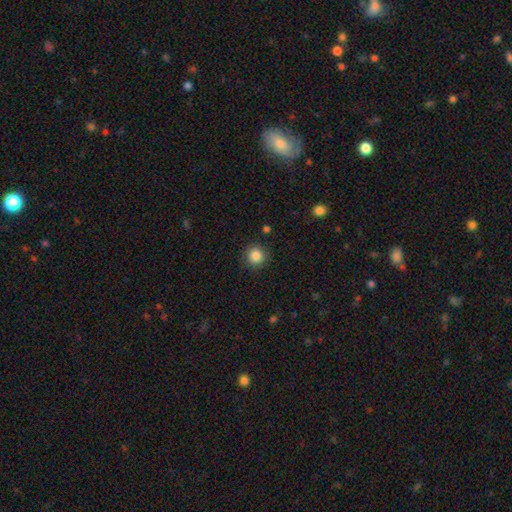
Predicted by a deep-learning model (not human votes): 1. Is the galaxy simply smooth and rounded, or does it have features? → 86% smooth, 10% star or artifact, 4% featured or disk.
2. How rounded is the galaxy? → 93% round, 6% in between, 1% cigar-shaped.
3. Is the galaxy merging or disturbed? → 89% none, 7% minor disturbance, 2% major disturbance, 1% merger.